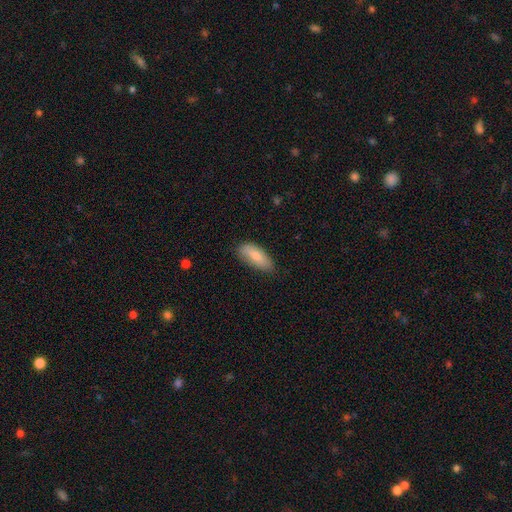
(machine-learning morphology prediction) A smooth galaxy with no disk features (77%) that is in between round and cigar-shaped (83%). Merging: none (74%).